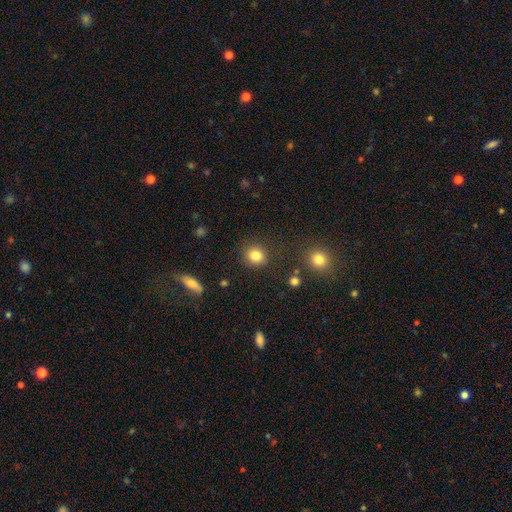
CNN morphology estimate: A smooth galaxy with no disk features (84%) that is round (86%).

Vote fractions:
- Smooth or featured? smooth: 84% / star or artifact: 11% / featured or disk: 5%
- How rounded? round: 86% / in between: 13% / cigar-shaped: 1%
- Merging? none: 87% / minor disturbance: 8% / major disturbance: 3% / merger: 2%